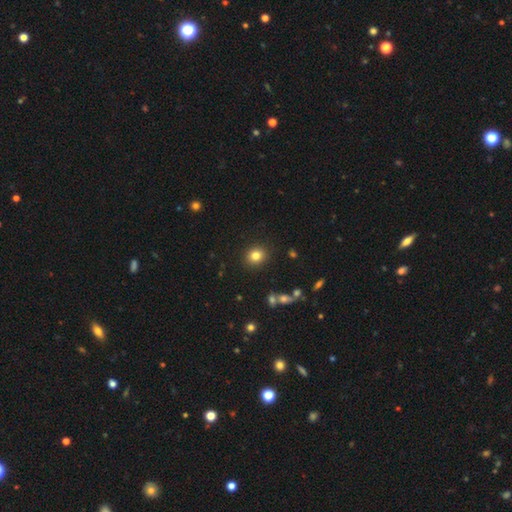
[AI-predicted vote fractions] Overall: smooth (81%). How rounded: round (74%). Merging: none (89%).